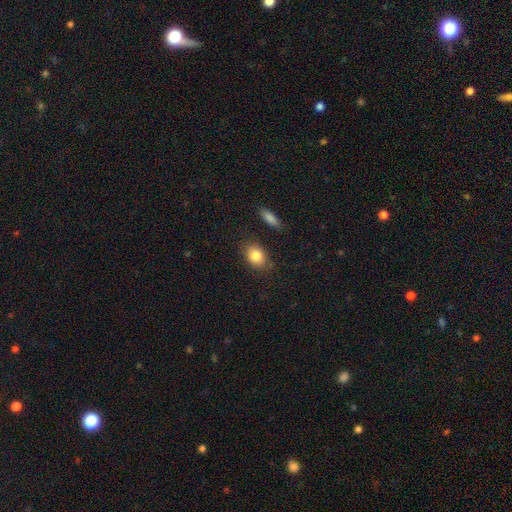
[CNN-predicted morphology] Smooth or featured? smooth (84%)
How rounded? in between (70%)
Merging? none (81%)